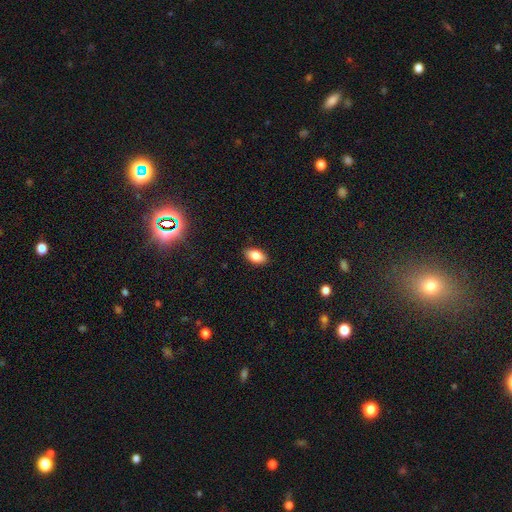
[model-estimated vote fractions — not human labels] smooth_or_featured: smooth (p=0.81) [alt: featured or disk p=0.11]
how_rounded: in between (p=0.90) [alt: round p=0.06]
merging: none (p=0.87) [alt: minor disturbance p=0.10]